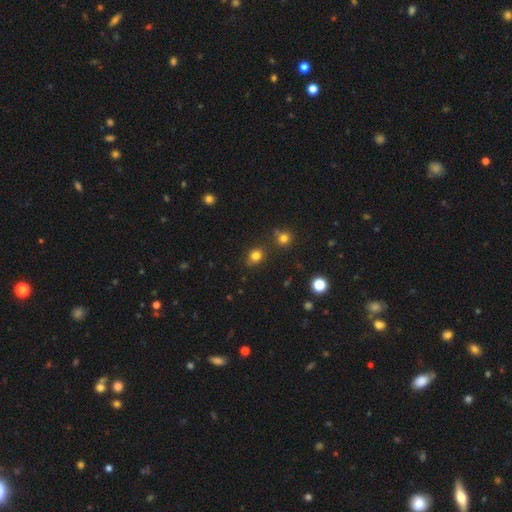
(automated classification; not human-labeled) Overall: smooth (80%). How rounded: round (60%; in between 39%). Merging: none (76%).